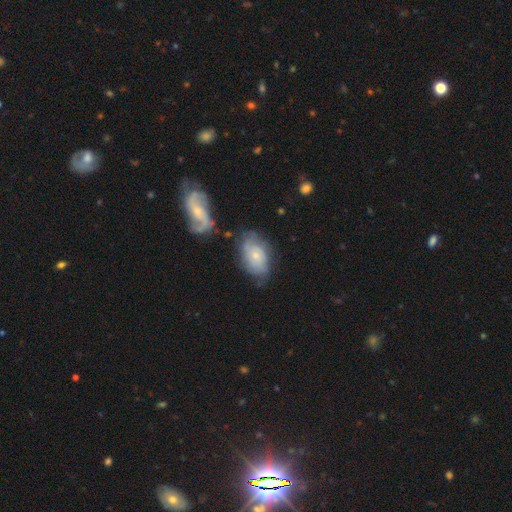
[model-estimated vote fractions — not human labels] Smooth or featured: smooth — 53% (featured or disk — 40%)
How rounded: in between — 87% (round — 11%)
Merging: none — 54% (minor disturbance — 26%)